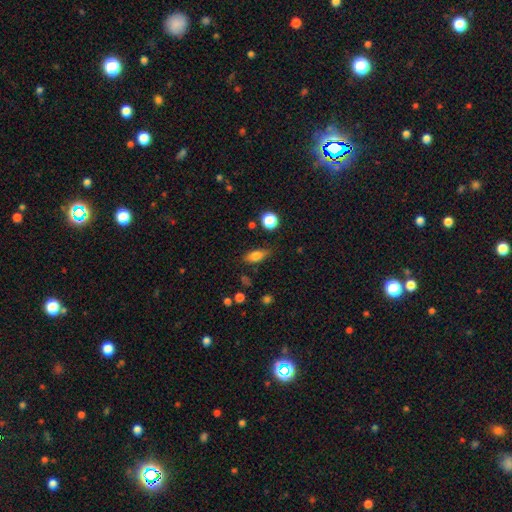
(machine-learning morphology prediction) This appears to be a smooth galaxy with no disk features (75%) that is in between round and cigar-shaped (76%). Merging: none (78%).